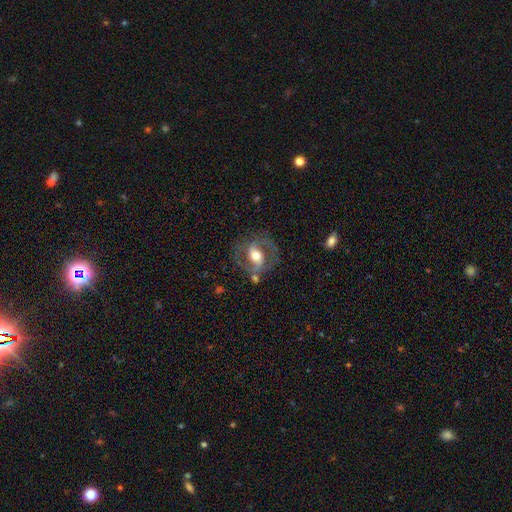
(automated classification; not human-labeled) Q: Smooth or featured?
A: featured or disk (72%); runner-up: smooth (21%)
Q: Edge-on disk?
A: no (94%); runner-up: yes (6%)
Q: Bar?
A: weak (36%); runner-up: strong (35%)
Q: Spiral arms?
A: yes (75%); runner-up: no (25%)
Q: Spiral winding?
A: medium (52%); runner-up: loose (25%)
Q: Spiral arm count?
A: 2 (85%); runner-up: can't tell (8%)
Q: Bulge size?
A: moderate (69%); runner-up: large (17%)
Q: Merging?
A: none (66%); runner-up: minor disturbance (17%)